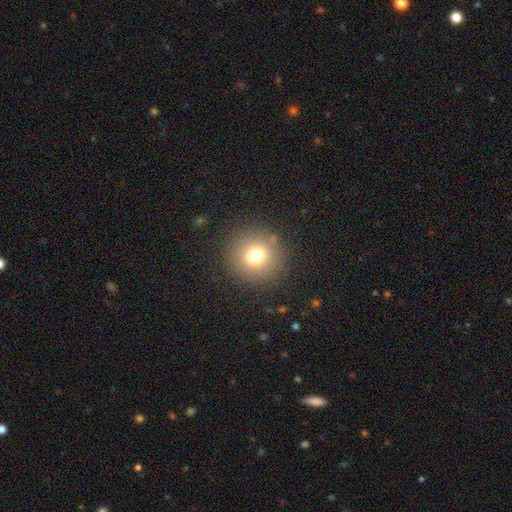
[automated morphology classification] smooth-or-featured: smooth: 73% | star or artifact: 15% | featured or disk: 11%
  how-rounded: round: 94% | in between: 5% | cigar-shaped: 1%
  merging: none: 87% | minor disturbance: 8% | major disturbance: 4% | merger: 2%